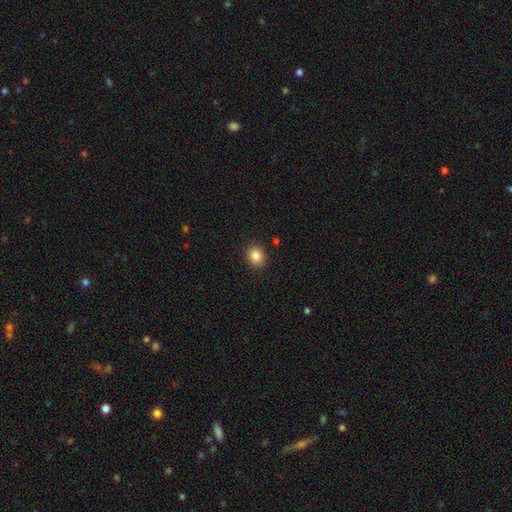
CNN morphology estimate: Smooth or featured?
  - smooth: 85% *
  - star or artifact: 10%
  - featured or disk: 5%
How rounded?
  - round: 69% *
  - in between: 30%
  - cigar-shaped: 1%
Merging?
  - none: 89% *
  - minor disturbance: 7%
  - major disturbance: 2%
  - merger: 1%